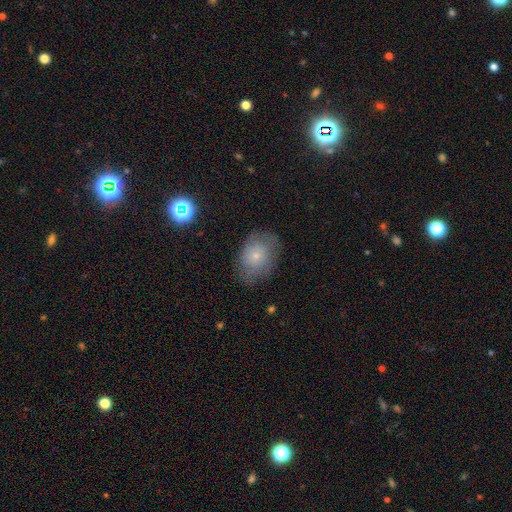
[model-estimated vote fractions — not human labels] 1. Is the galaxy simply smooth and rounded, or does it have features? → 68% smooth, 22% featured or disk, 10% star or artifact.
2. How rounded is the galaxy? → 64% in between, 35% round, 1% cigar-shaped.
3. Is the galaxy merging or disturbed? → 68% none, 21% minor disturbance, 9% major disturbance, 1% merger.